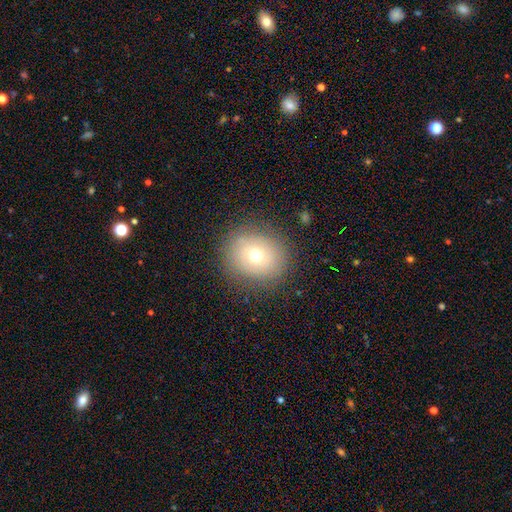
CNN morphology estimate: Smooth or featured? Predicted: smooth (p=0.67). How rounded? Predicted: round (p=0.80). Merging? Predicted: none (p=0.85).